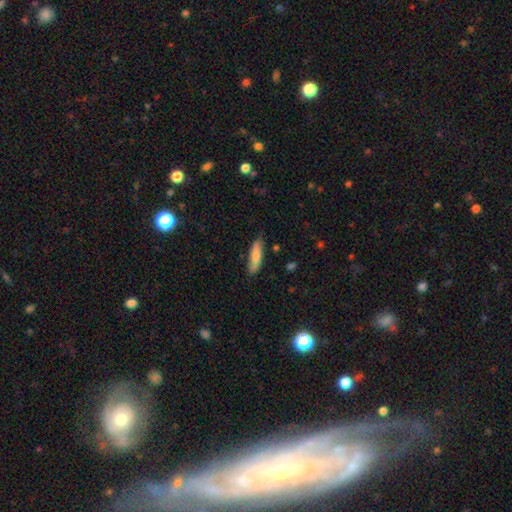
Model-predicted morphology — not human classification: smooth_or_featured: smooth (p=0.77) [alt: featured or disk p=0.18]
how_rounded: cigar-shaped (p=0.58) [alt: in between p=0.40]
merging: none (p=0.77) [alt: minor disturbance p=0.18]